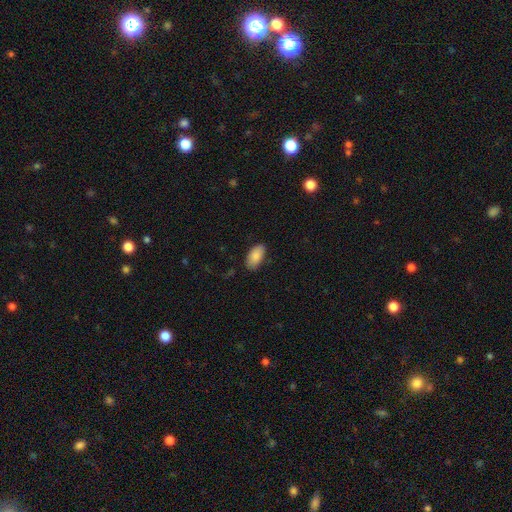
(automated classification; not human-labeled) Overall: smooth (87%). How rounded: in between (94%). Merging: none (83%).